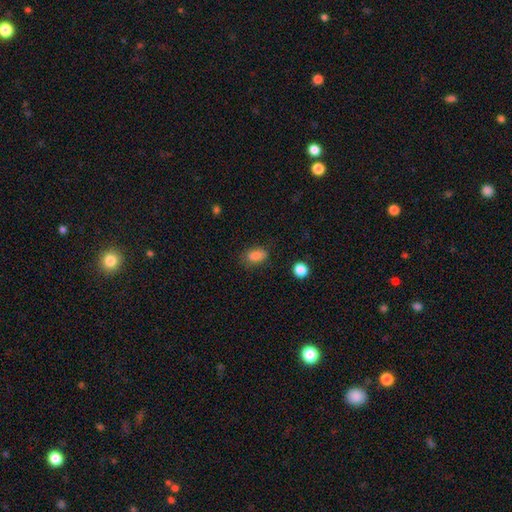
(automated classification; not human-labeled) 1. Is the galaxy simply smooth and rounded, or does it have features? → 85% smooth, 10% star or artifact, 5% featured or disk.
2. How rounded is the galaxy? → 85% in between, 13% round, 2% cigar-shaped.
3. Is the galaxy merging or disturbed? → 76% none, 17% minor disturbance, 5% major disturbance, 2% merger.